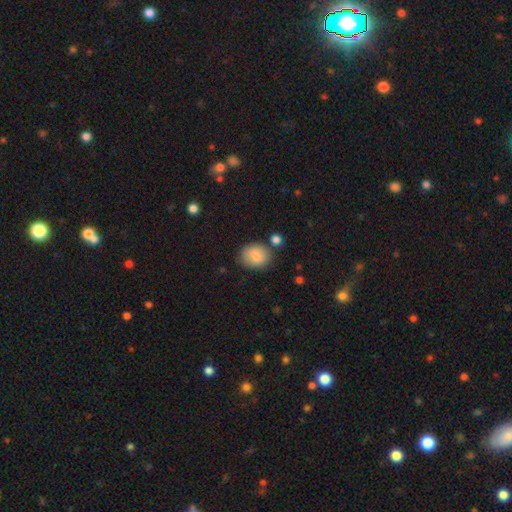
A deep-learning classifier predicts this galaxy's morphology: type=smooth (84%); roundness=round (51%); merging=none (74%).